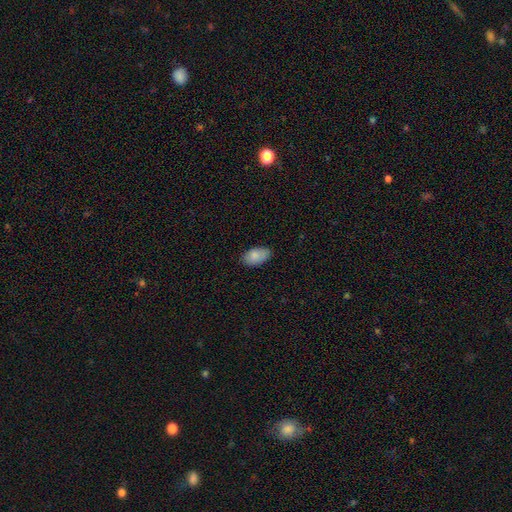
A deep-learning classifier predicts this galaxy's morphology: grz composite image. It shows a smooth galaxy with no disk features (86%) that is in between round and cigar-shaped (94%). Merging: none (81%).